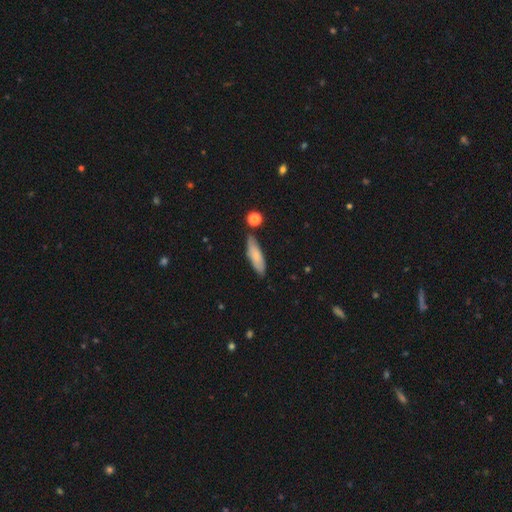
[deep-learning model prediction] Smooth or featured: smooth — 77% (featured or disk — 17%)
How rounded: cigar-shaped — 57% (in between — 41%)
Merging: none — 77% (minor disturbance — 16%)